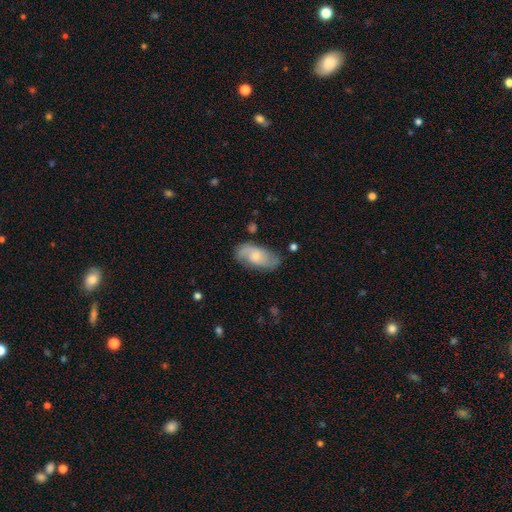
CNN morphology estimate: featured or disk 53%, smooth 41%, star or artifact 6%. Down the decision tree: edge-on disk — no (93%); merging — none (71%).